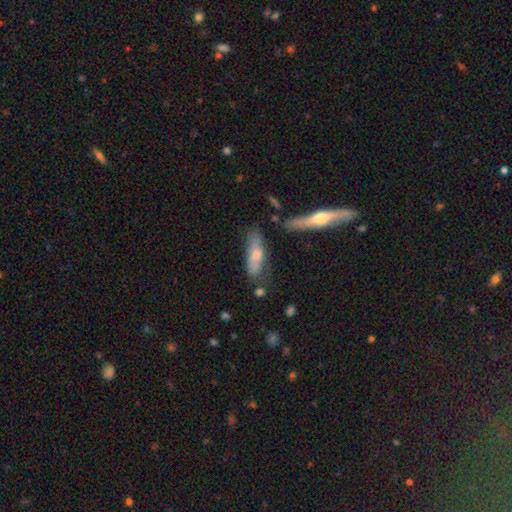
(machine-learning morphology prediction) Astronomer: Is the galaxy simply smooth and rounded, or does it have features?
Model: smooth — 63%.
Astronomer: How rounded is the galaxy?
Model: cigar-shaped — 52% (runner-up: in between, 46%).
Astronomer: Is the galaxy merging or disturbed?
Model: none — 53%.